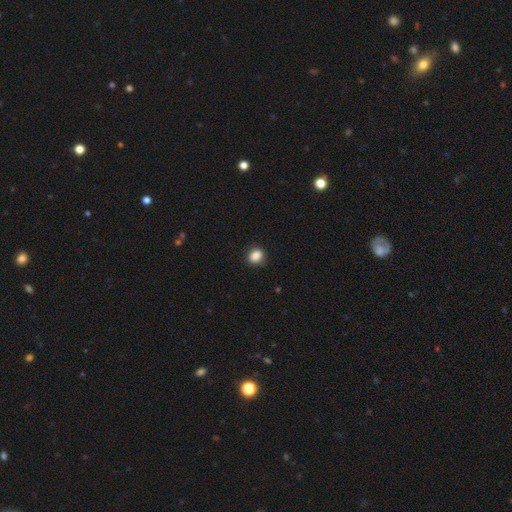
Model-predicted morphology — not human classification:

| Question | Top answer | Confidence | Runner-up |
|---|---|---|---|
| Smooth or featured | smooth | 87% | star or artifact (9%) |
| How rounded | round | 56% | in between (43%) |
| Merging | none | 86% | minor disturbance (11%) |